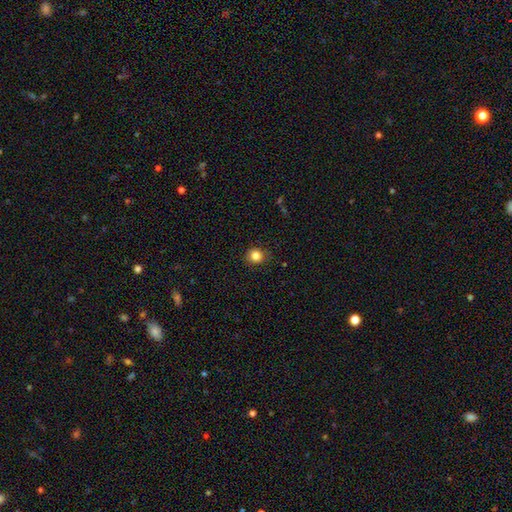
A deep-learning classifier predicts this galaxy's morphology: smooth 83%, star or artifact 12%, featured or disk 5%. Down the decision tree: how rounded — round (86%); merging — none (86%).